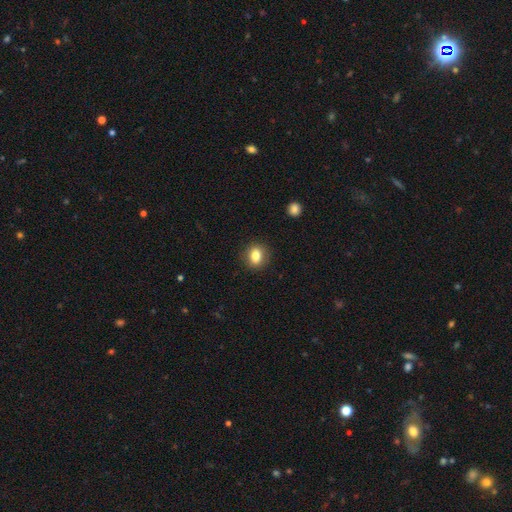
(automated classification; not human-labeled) Smooth or featured? smooth (81%)
How rounded? round (58%)
Merging? none (88%)